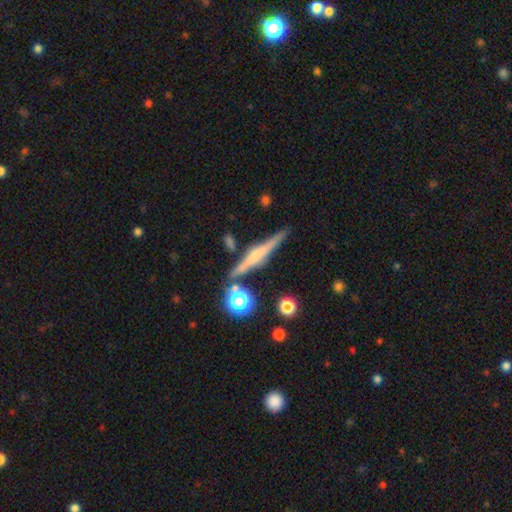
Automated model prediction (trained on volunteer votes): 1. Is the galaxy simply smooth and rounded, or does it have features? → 66% featured or disk, 25% smooth, 9% star or artifact.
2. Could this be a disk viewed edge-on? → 97% yes, 3% no.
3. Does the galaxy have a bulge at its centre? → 56% rounded, 25% boxy, 19% none.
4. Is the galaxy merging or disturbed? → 81% none, 10% minor disturbance, 6% merger, 3% major disturbance.